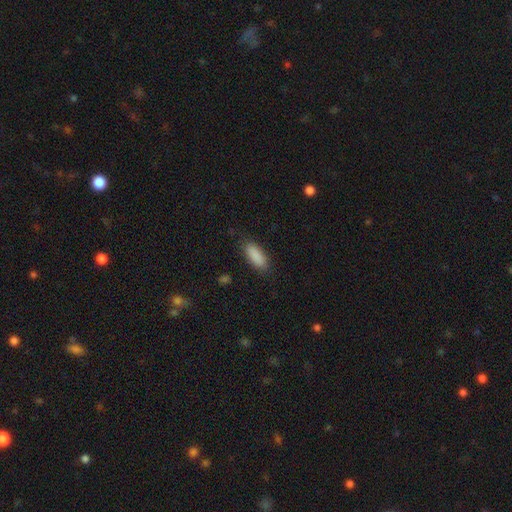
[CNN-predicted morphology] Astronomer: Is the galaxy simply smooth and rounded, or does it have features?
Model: smooth — 89%.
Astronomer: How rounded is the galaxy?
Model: in between — 78%.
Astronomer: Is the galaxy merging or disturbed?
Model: none — 84%.